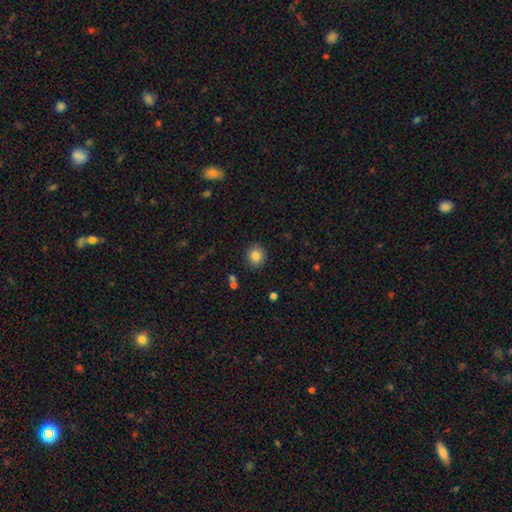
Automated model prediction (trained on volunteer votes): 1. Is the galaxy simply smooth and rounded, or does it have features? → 83% smooth, 10% star or artifact, 7% featured or disk.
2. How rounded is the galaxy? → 83% round, 16% in between, 1% cigar-shaped.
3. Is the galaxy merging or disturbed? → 89% none, 7% minor disturbance, 2% major disturbance, 2% merger.